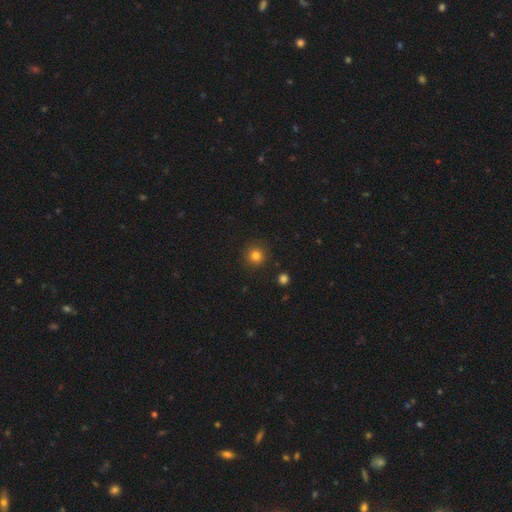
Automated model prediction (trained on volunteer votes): smooth 81%, star or artifact 13%, featured or disk 6%. Down the decision tree: how rounded — round (95%); merging — none (91%).